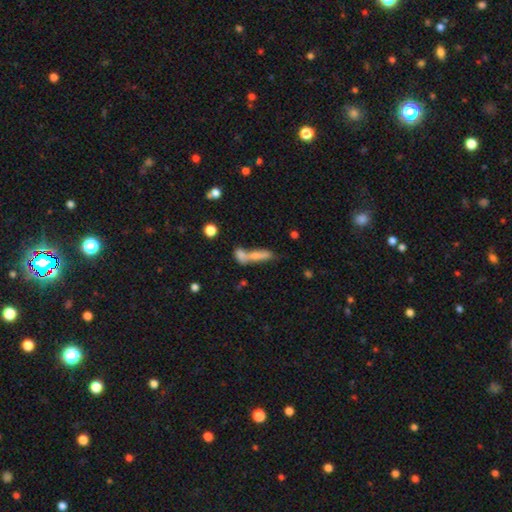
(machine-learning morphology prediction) Smooth or featured? Predicted: smooth (p=0.65). How rounded? Predicted: cigar-shaped (p=0.59). Merging? Predicted: merger (p=0.54).